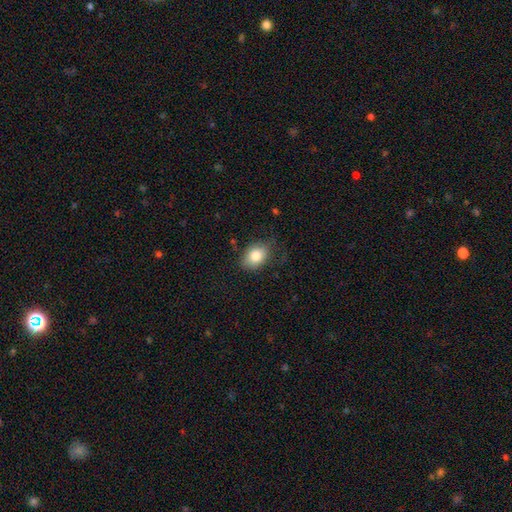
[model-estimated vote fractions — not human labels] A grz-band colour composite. It shows a smooth galaxy with no disk features (81%) that is in between round and cigar-shaped (78%). Merging: none (73%).